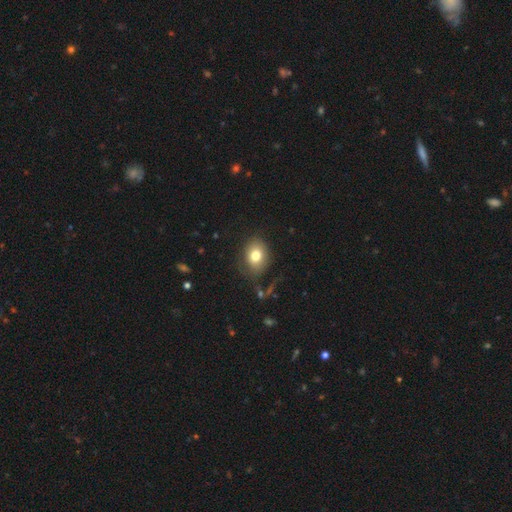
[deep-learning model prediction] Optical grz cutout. It shows a smooth galaxy with no disk features (78%) that is in between round and cigar-shaped (58%). Merging: none (75%).